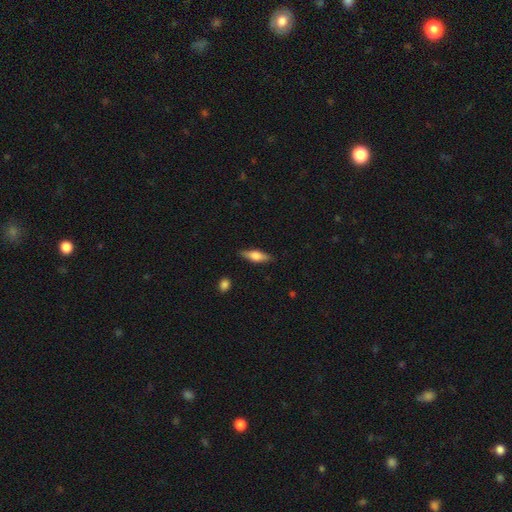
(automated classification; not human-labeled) Smooth or featured: smooth — 56% (featured or disk — 38%)
How rounded: cigar-shaped — 49% (in between — 48%)
Merging: none — 86% (minor disturbance — 10%)